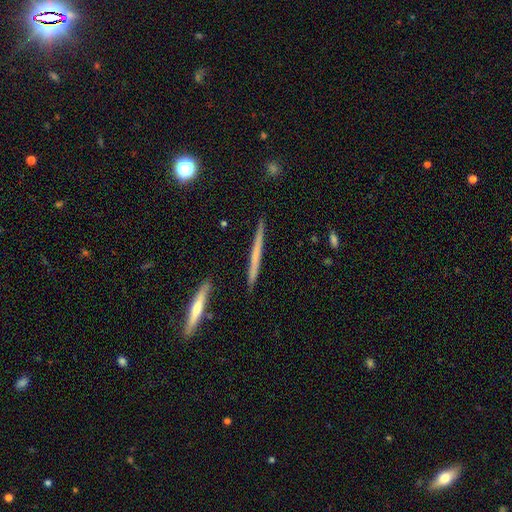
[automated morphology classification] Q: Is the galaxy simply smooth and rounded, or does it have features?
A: featured or disk — 49%.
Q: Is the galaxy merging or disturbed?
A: none — 89%.